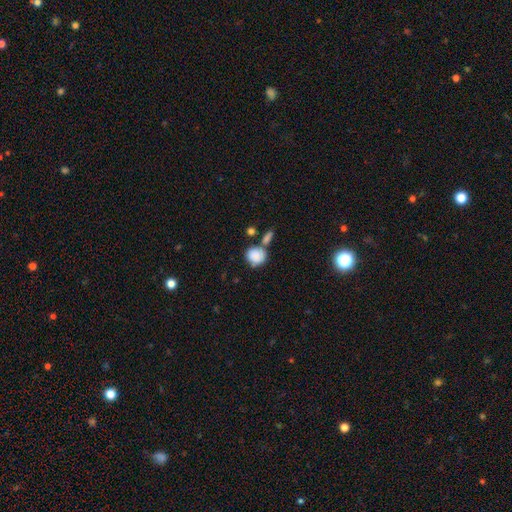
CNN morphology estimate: A smooth galaxy with no disk features (86%) that is round (80%).

Vote fractions:
- Smooth or featured? smooth: 86% / star or artifact: 8% / featured or disk: 6%
- How rounded? round: 80% / in between: 18% / cigar-shaped: 1%
- Merging? none: 53% / merger: 27% / minor disturbance: 15% / major disturbance: 6%